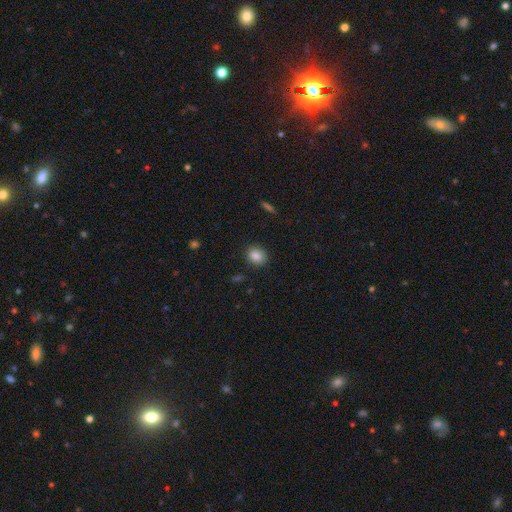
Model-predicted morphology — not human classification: smooth-or-featured: smooth: 85% | star or artifact: 9% | featured or disk: 6%
  how-rounded: round: 51% | in between: 47% | cigar-shaped: 1%
  merging: none: 87% | minor disturbance: 9% | major disturbance: 2% | merger: 1%